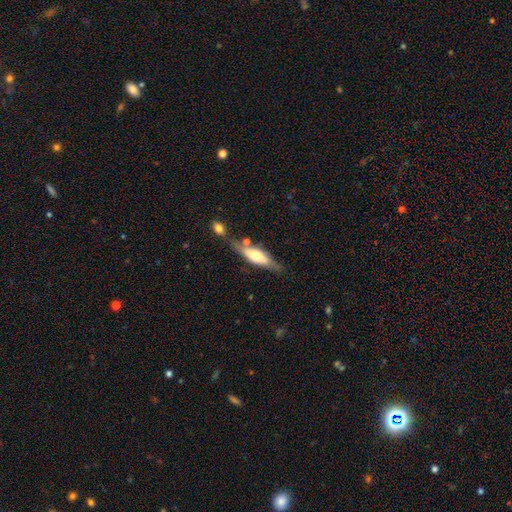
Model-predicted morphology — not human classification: A featured or disk galaxy (49%).

Vote fractions:
- Smooth or featured? featured or disk: 49% / smooth: 45% / star or artifact: 6%
- Merging? none: 61% / minor disturbance: 18% / merger: 16% / major disturbance: 5%